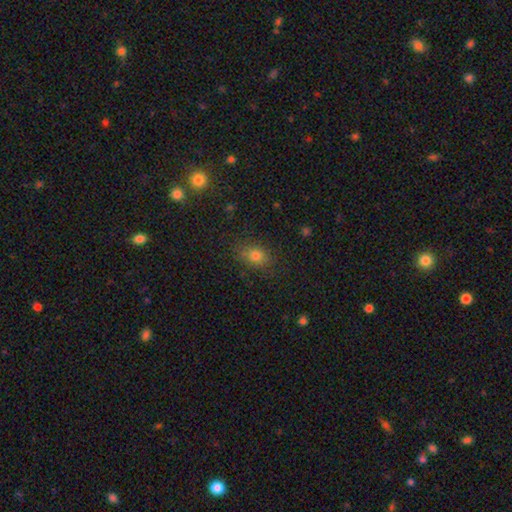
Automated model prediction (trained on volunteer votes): Q: Smooth or featured?
A: smooth (77%); runner-up: star or artifact (15%)
Q: How rounded?
A: in between (62%); runner-up: round (35%)
Q: Merging?
A: none (79%); runner-up: minor disturbance (15%)